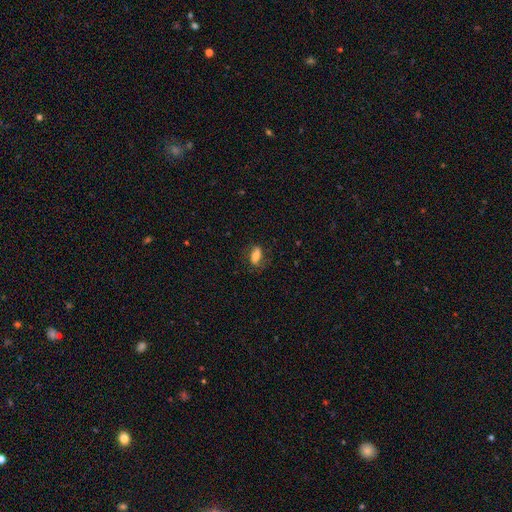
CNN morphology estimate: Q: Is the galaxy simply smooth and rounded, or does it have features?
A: smooth — 68%.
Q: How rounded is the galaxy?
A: in between — 77%.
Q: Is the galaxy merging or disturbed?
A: none — 71%.